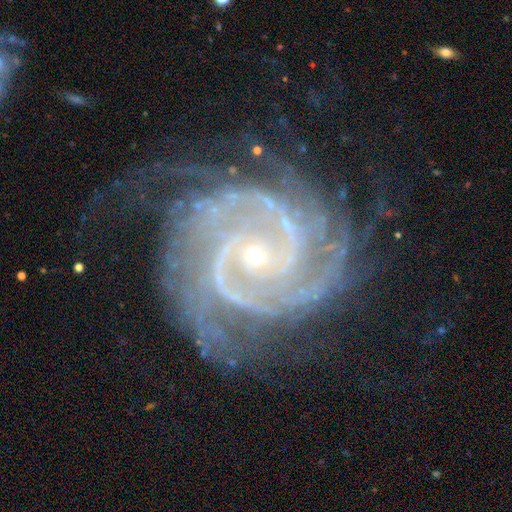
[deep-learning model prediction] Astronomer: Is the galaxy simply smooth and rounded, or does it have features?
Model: featured or disk — 92%.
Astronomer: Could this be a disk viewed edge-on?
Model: no — 98%.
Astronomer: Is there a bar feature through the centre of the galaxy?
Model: no — 60%.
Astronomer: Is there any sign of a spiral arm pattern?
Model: yes — 99%.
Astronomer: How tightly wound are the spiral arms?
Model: tight — 58% (runner-up: medium, 36%).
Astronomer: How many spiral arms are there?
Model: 2 — 40% (runner-up: 3, 18%).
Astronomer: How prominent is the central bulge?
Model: small — 86%.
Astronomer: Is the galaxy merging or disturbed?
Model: none — 68%.